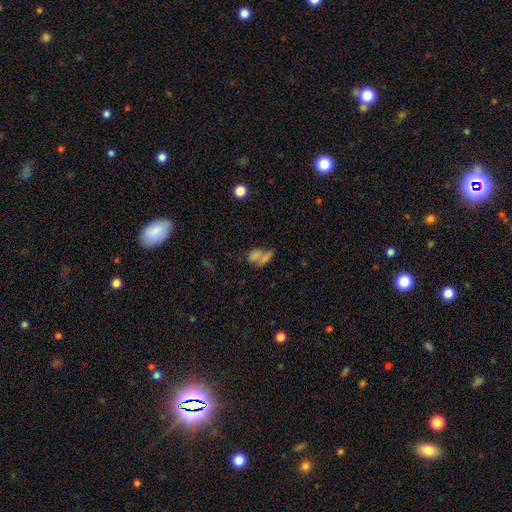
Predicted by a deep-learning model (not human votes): smooth-or-featured: smooth: 60% | featured or disk: 21% | star or artifact: 19%
  how-rounded: in between: 71% | round: 23% | cigar-shaped: 6%
  merging: merger: 50% | none: 25% | major disturbance: 13% | minor disturbance: 11%